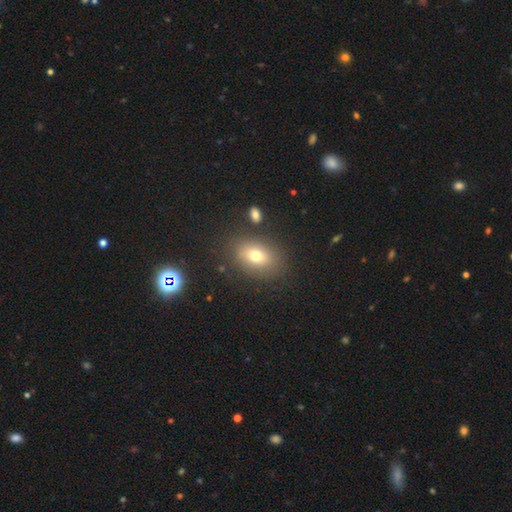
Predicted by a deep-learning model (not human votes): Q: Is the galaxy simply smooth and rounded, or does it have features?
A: smooth — 73%.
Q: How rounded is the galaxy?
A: in between — 77%.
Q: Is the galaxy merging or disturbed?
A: none — 80%.